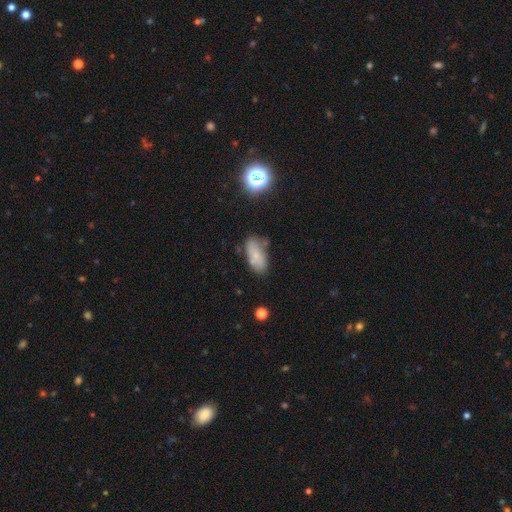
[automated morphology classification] smooth-or-featured: smooth: 68% | featured or disk: 21% | star or artifact: 11%
  how-rounded: in between: 88% | cigar-shaped: 8% | round: 4%
  merging: none: 63% | minor disturbance: 22% | merger: 8% | major disturbance: 6%